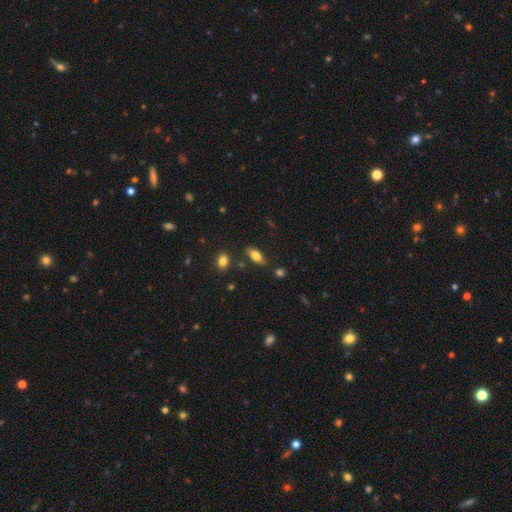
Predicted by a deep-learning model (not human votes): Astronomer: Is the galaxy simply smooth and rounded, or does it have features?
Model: smooth — 79%.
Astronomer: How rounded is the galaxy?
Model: in between — 84%.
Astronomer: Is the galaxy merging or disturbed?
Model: none — 77%.